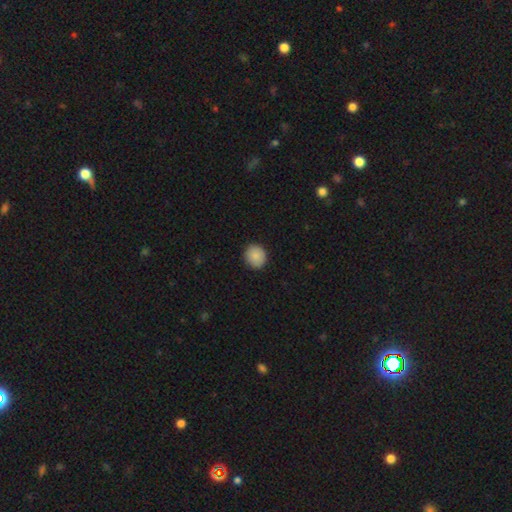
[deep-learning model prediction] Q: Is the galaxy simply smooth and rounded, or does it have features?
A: smooth — 87%.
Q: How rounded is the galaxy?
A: round — 86%.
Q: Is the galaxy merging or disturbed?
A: none — 90%.